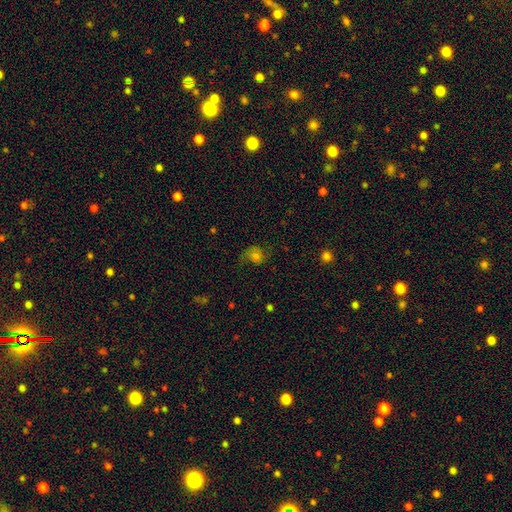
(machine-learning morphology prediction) Smooth or featured: smooth — 54% (featured or disk — 31%)
How rounded: round — 69% (in between — 30%)
Merging: none — 54% (minor disturbance — 24%)